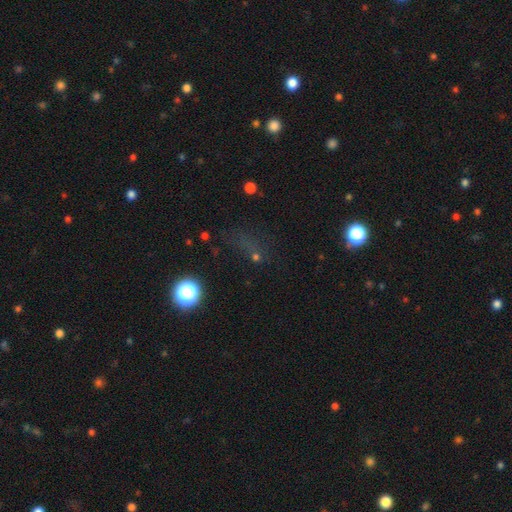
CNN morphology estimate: type=star or artifact (46%).